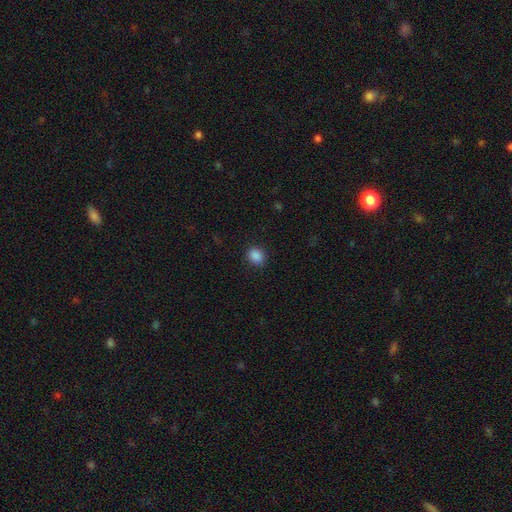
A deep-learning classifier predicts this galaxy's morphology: Smooth or featured? smooth (87%)
How rounded? round (65%)
Merging? none (88%)